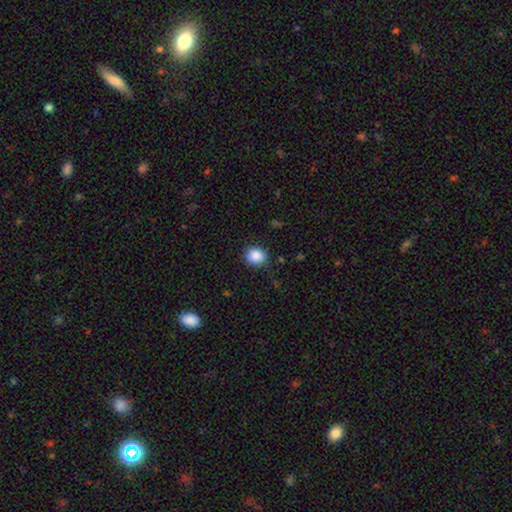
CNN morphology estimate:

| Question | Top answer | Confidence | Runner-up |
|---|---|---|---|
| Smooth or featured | smooth | 87% | star or artifact (9%) |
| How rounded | round | 72% | in between (27%) |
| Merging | none | 82% | minor disturbance (14%) |